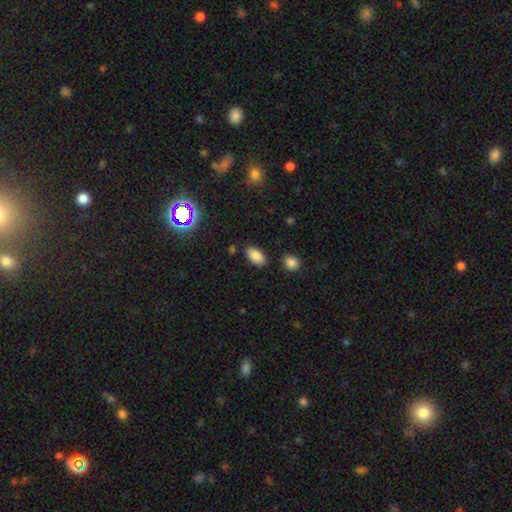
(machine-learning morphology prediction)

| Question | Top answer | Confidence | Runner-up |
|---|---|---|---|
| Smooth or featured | smooth | 85% | star or artifact (9%) |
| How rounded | in between | 93% | round (4%) |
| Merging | none | 83% | minor disturbance (11%) |